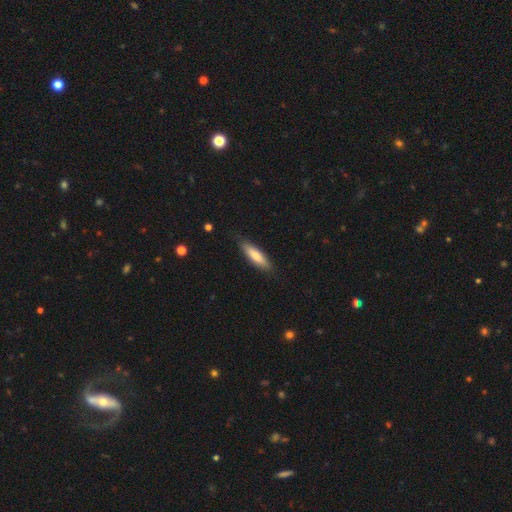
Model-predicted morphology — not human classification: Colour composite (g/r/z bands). It shows a smooth galaxy with no disk features (77%) that is cigar-shaped (64%). Merging: none (83%).